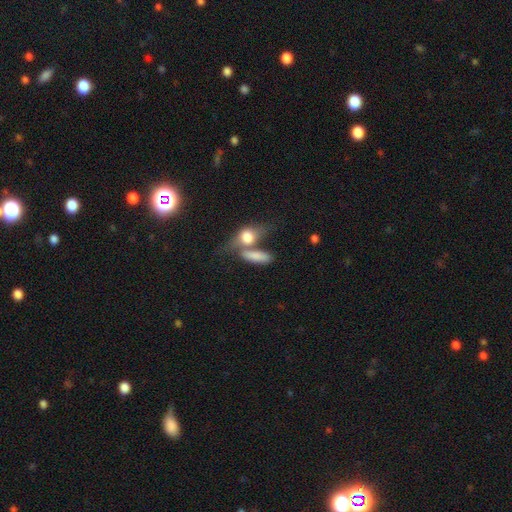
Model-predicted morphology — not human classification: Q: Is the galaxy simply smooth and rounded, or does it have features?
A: smooth — 75%.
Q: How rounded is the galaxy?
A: in between — 69%.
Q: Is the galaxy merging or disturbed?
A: merger — 54%.